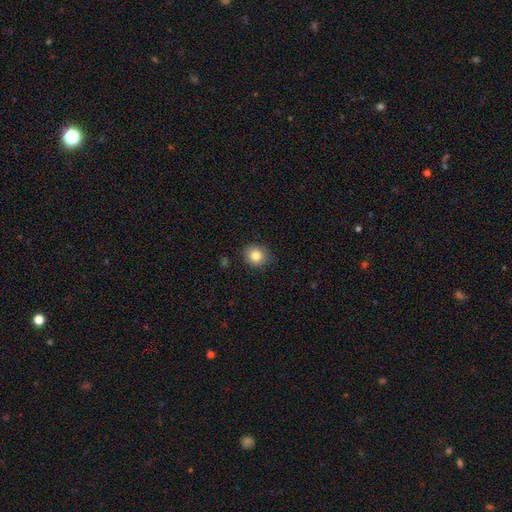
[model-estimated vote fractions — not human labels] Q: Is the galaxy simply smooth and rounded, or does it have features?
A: smooth — 84%.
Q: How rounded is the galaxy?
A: round — 77%.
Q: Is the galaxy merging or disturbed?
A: none — 86%.